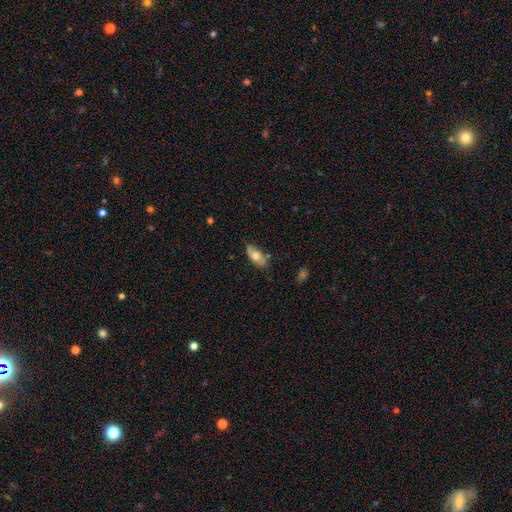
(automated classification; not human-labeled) Smooth or featured? smooth (59%)
How rounded? in between (87%)
Merging? none (77%)